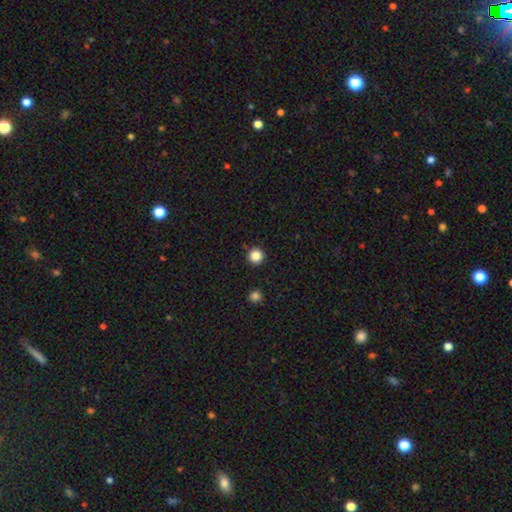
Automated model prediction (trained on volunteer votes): Smooth or featured: smooth — 85% (star or artifact — 11%)
How rounded: round — 96% (in between — 3%)
Merging: none — 93% (minor disturbance — 4%)